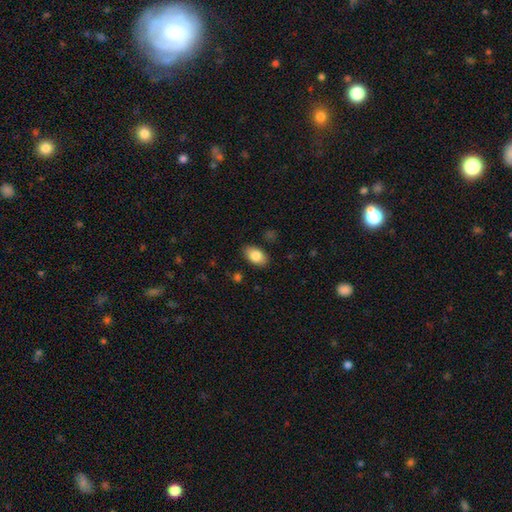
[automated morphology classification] A smooth galaxy with no disk features (84%) that is in between round and cigar-shaped (91%). Merging: none (86%).